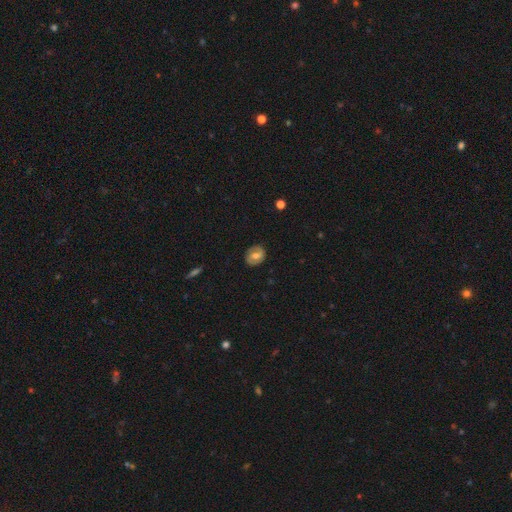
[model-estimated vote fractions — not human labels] The model was most divided on "smooth or featured": featured or disk: 47%, smooth: 45%, star or artifact: 8%. More confident: merging — none (84%).